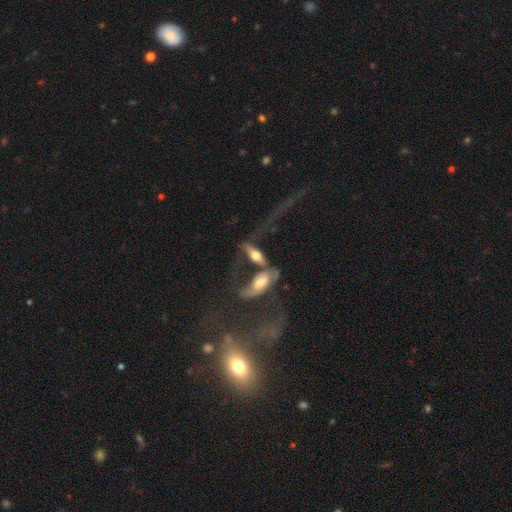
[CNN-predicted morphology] Smooth or featured? Predicted: featured or disk (p=0.60). Edge-on disk? Predicted: yes (p=0.60). Merging? Predicted: merger (p=0.53).